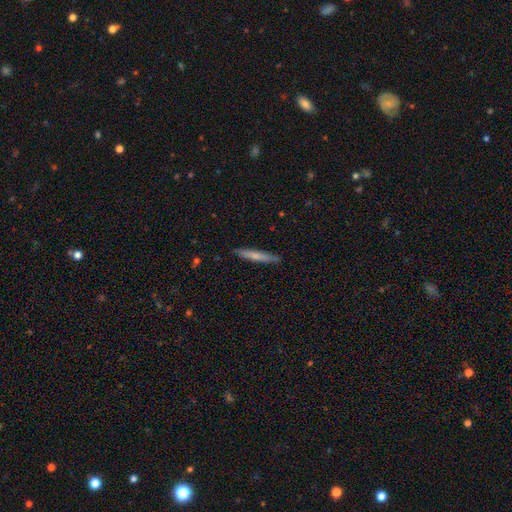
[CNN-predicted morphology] Smooth or featured?
  - smooth: 63% *
  - featured or disk: 32%
  - star or artifact: 6%
How rounded?
  - cigar-shaped: 95% *
  - in between: 4%
  - round: 1%
Merging?
  - none: 89% *
  - minor disturbance: 8%
  - major disturbance: 2%
  - merger: 1%